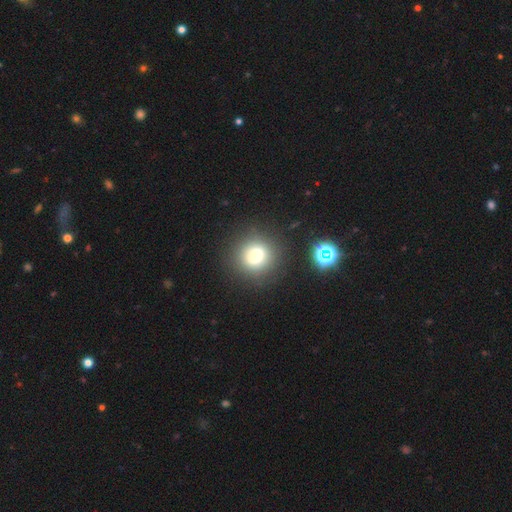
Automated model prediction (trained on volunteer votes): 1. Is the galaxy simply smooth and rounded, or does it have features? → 75% smooth, 15% star or artifact, 9% featured or disk.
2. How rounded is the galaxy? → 78% round, 21% in between, 1% cigar-shaped.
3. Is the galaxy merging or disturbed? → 80% none, 11% minor disturbance, 5% major disturbance, 4% merger.